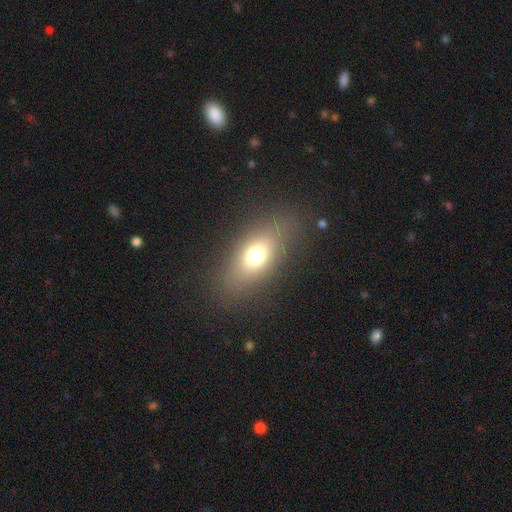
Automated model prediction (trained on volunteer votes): The model was most divided on "smooth or featured": smooth: 68%, featured or disk: 18%, star or artifact: 14%. More confident: merging — none (82%); how rounded — in between (77%).